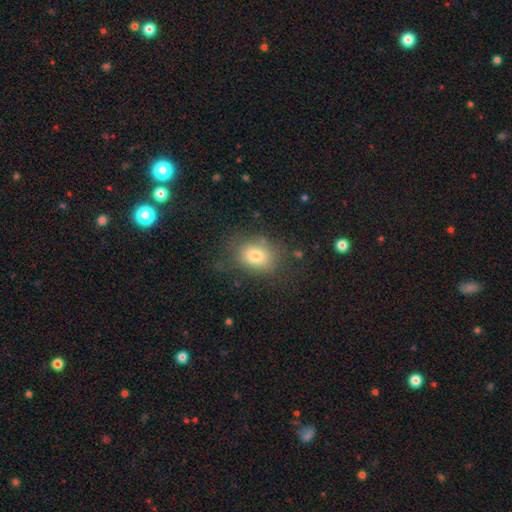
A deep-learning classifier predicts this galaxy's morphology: Smooth or featured? Predicted: smooth (p=0.78). How rounded? Predicted: in between (p=0.57). Merging? Predicted: none (p=0.70).